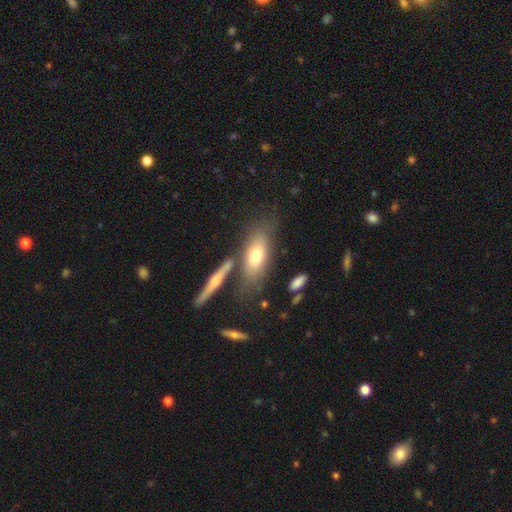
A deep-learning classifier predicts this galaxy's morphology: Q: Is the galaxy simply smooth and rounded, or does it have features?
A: smooth — 67%.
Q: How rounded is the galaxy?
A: in between — 78%.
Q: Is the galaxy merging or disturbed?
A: none — 61%.